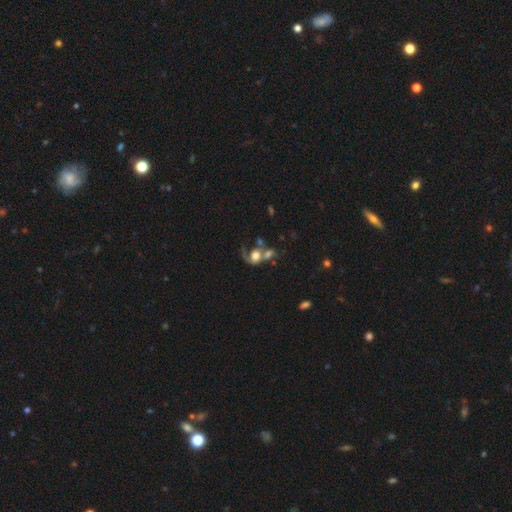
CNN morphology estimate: smooth_or_featured: featured or disk (p=0.52) [alt: smooth p=0.38]
disk_edge_on: no (p=0.97) [alt: yes p=0.03]
merging: merger (p=0.54) [alt: major disturbance p=0.22]